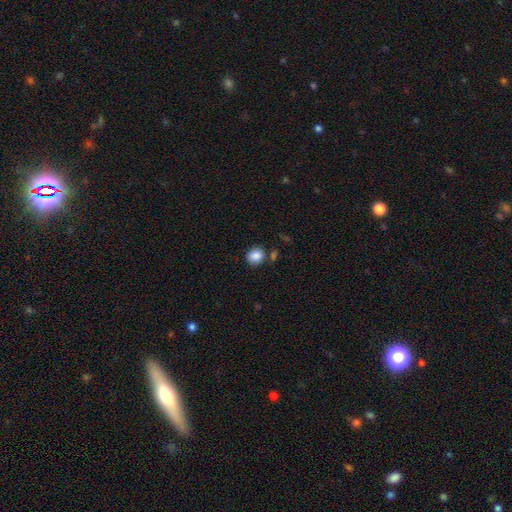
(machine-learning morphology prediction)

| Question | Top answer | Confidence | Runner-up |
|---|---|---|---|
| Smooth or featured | smooth | 87% | star or artifact (9%) |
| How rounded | round | 71% | in between (28%) |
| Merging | none | 76% | minor disturbance (12%) |